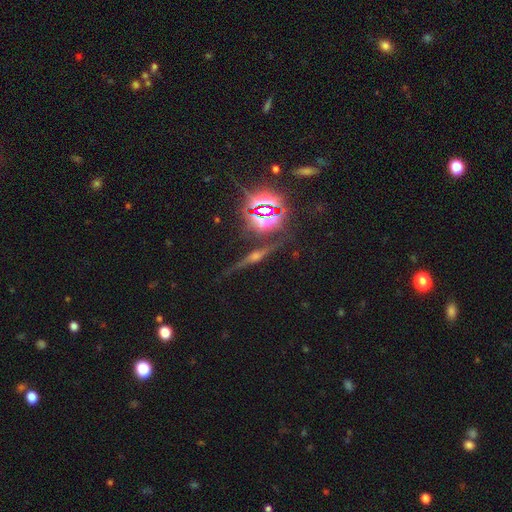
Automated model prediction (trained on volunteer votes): A featured or disk galaxy (58%) viewed edge-on (94%) with a rounded central bulge (86%).

Vote fractions:
- Smooth or featured? featured or disk: 58% / star or artifact: 30% / smooth: 12%
- Edge-on disk? yes: 94% / no: 6%
- Edge-on bulge? rounded: 86% / boxy: 9% / none: 5%
- Merging? none: 84% / minor disturbance: 10% / major disturbance: 3% / merger: 3%